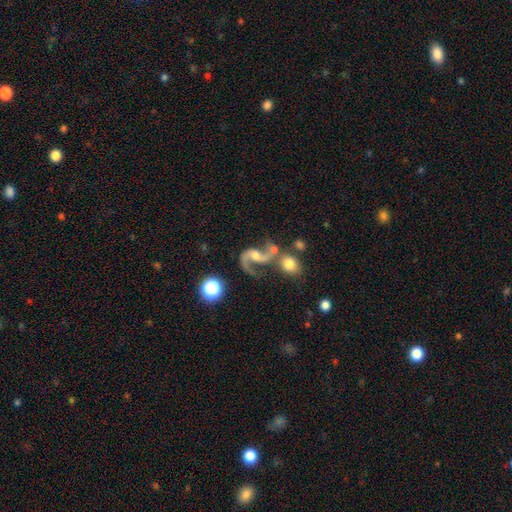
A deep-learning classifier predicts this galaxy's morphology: type=featured or disk (86%); edge-on=no (97%); bar=no (46%); spiral arms=yes (96%); winding=loose (74%); arm count=2 (87%); bulge=moderate (47%); merging=none (43%).